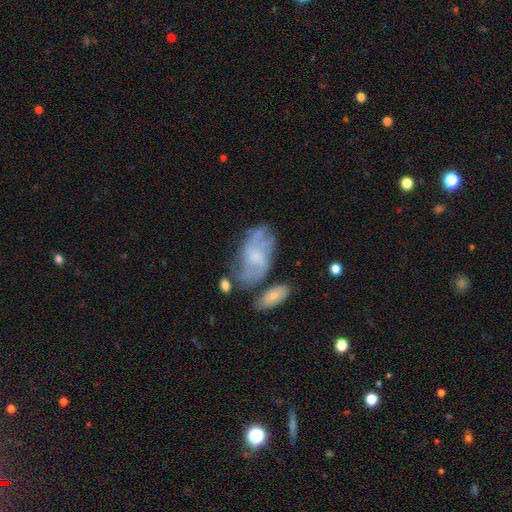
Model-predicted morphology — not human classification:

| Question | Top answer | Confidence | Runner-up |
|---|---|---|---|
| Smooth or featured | featured or disk | 65% | smooth (26%) |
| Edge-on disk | no | 95% | yes (5%) |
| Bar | no | 63% | weak (32%) |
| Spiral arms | yes | 71% | no (29%) |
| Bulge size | small | 48% | none (25%) |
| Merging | none | 45% | minor disturbance (24%) |